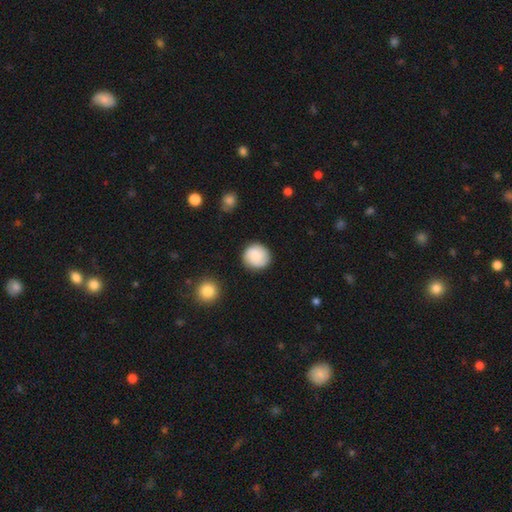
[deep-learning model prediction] Morphology: type=smooth (82%); roundness=round (92%); merging=none (87%).